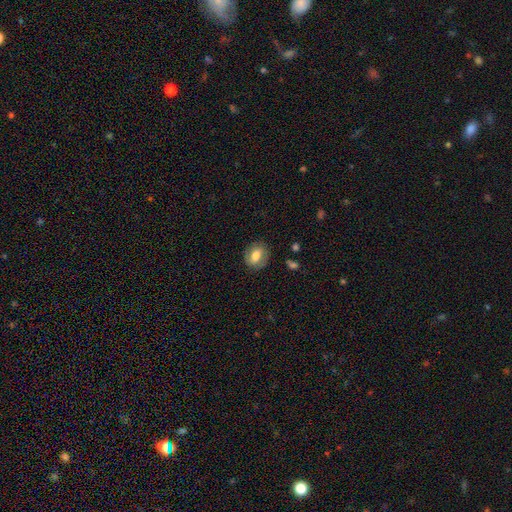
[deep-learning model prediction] This is likely a smooth galaxy (65%). How rounded: possibly in between (56%). Merging: clearly none (80%).